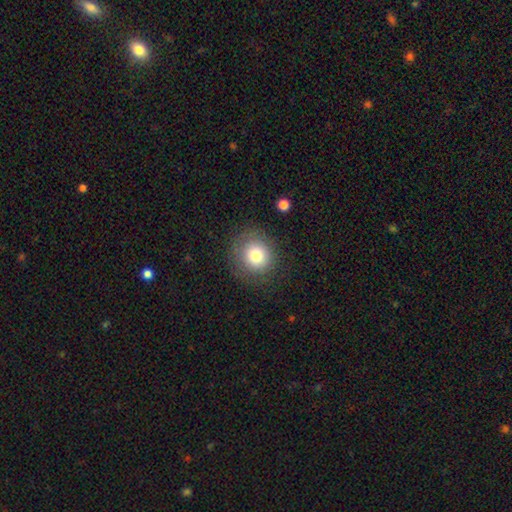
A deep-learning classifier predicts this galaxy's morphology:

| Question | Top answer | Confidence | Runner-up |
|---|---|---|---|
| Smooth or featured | smooth | 79% | featured or disk (11%) |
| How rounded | round | 90% | in between (9%) |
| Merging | none | 83% | minor disturbance (10%) |